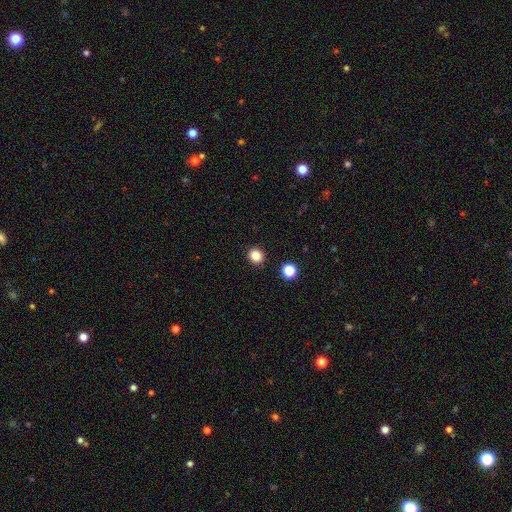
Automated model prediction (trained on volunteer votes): A smooth galaxy with no disk features (84%) that is round (88%). Merging: none (91%).